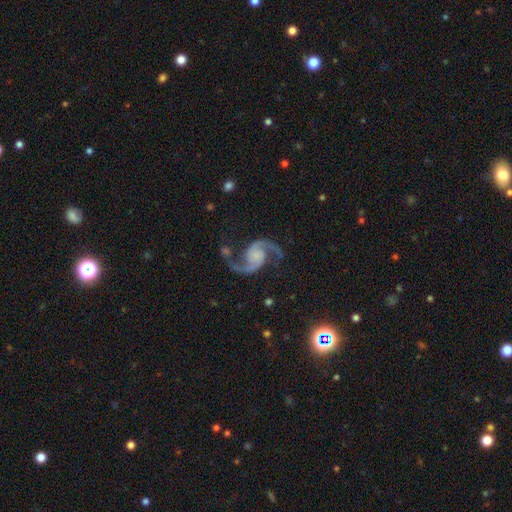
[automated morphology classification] This appears to be a featured or disk galaxy (93%) with no bar (64%), 2 (95%) loose (51%) spiral arms (98%) and no central bulge (43%). Merging: none (76%).